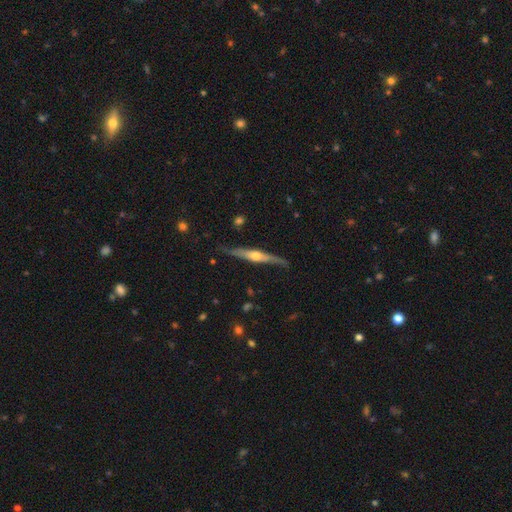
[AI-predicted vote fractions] Q: Smooth or featured?
A: featured or disk (70%); runner-up: smooth (25%)
Q: Edge-on disk?
A: yes (93%); runner-up: no (7%)
Q: Edge-on bulge?
A: rounded (87%); runner-up: none (8%)
Q: Merging?
A: none (75%); runner-up: minor disturbance (19%)